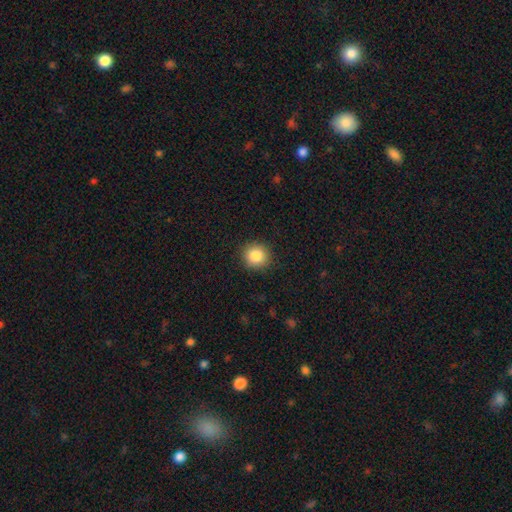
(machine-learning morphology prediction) Smooth or featured? Predicted: smooth (p=0.86). How rounded? Predicted: round (p=0.90). Merging? Predicted: none (p=0.90).